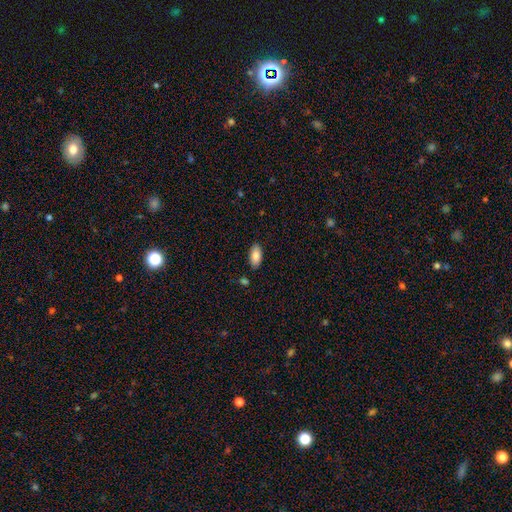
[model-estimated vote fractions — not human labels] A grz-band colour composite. It shows a smooth galaxy with no disk features (83%) that is in between round and cigar-shaped (92%). Merging: none (86%).